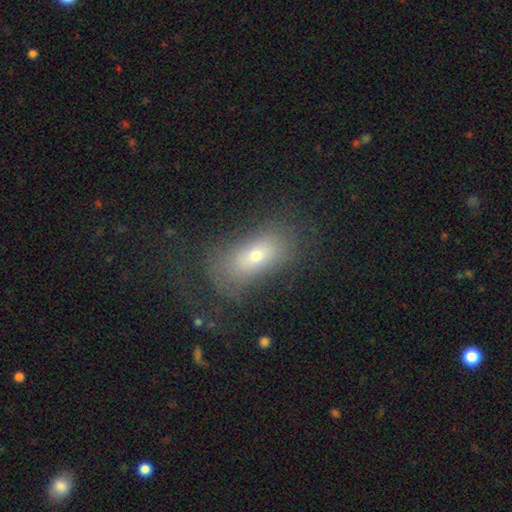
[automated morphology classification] smooth 58%, featured or disk 28%, star or artifact 14%. Down the decision tree: how rounded — in between (83%); merging — none (55%).